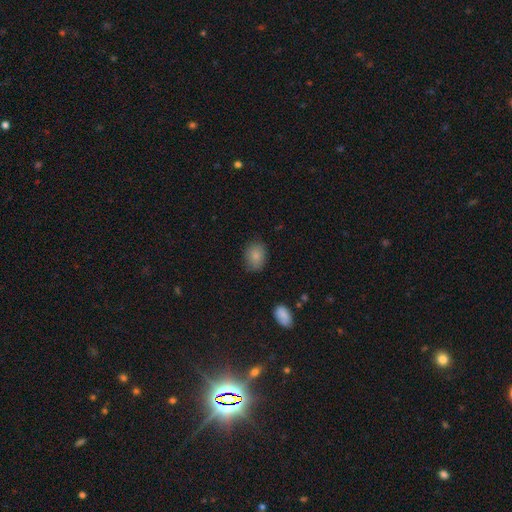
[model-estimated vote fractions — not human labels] smooth_or_featured: smooth (p=0.84) [alt: star or artifact p=0.09]
how_rounded: in between (p=0.58) [alt: round p=0.41]
merging: none (p=0.78) [alt: minor disturbance p=0.17]